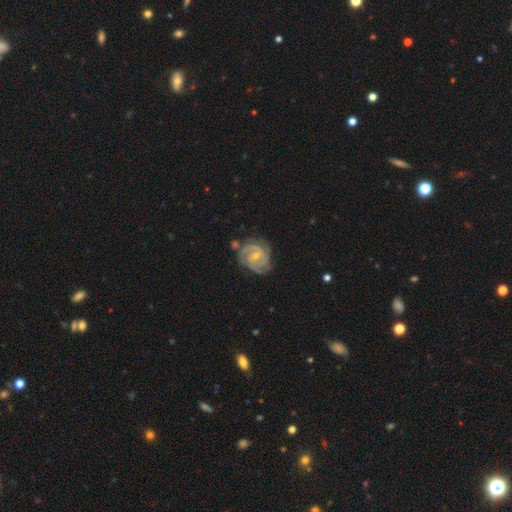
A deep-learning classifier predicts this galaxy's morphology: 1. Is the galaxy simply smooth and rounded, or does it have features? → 89% featured or disk, 6% smooth, 5% star or artifact.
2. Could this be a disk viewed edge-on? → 98% no, 2% yes.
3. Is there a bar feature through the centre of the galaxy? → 46% no, 44% weak, 10% strong.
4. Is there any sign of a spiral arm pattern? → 98% yes, 2% no.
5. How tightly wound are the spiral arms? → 57% tight, 37% medium, 6% loose.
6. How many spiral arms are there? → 39% 3, 35% 2, 12% can't tell, 7% 4, 4% 1, 4% more than 4.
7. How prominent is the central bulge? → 62% small, 35% moderate, 2% none, 1% large, 1% dominant.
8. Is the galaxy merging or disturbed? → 66% none, 22% minor disturbance, 8% major disturbance, 4% merger.